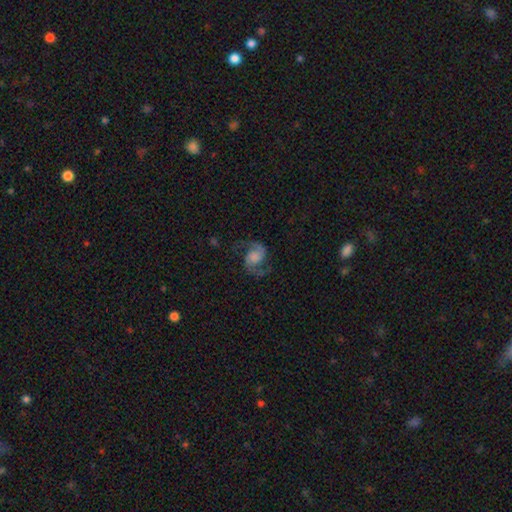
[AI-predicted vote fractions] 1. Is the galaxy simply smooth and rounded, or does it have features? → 86% featured or disk, 7% smooth, 6% star or artifact.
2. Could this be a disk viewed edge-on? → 98% no, 2% yes.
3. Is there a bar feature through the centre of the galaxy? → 59% no, 33% weak, 8% strong.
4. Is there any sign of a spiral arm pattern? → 98% yes, 2% no.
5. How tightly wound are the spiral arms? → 51% medium, 38% loose, 11% tight.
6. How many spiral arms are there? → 94% 2, 1% 1, 1% can't tell, 1% 3, 1% 4, 1% more than 4.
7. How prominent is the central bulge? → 30% none, 27% large, 23% moderate, 15% small, 5% dominant.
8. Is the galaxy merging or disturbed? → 79% none, 13% minor disturbance, 7% major disturbance, 1% merger.